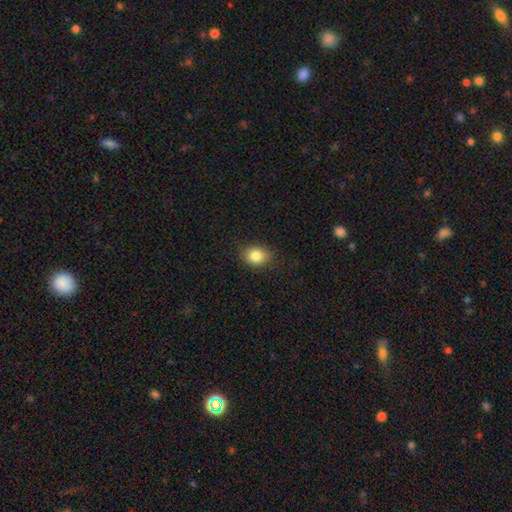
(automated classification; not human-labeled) Smooth or featured? smooth (85%)
How rounded? in between (54%)
Merging? none (84%)